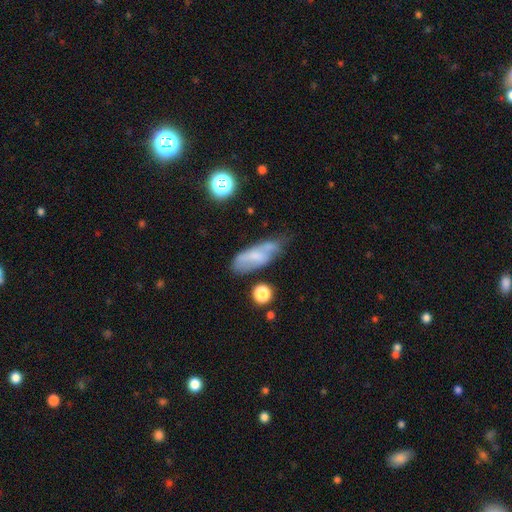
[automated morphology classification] Smooth or featured? Predicted: smooth (p=0.56). How rounded? Predicted: in between (p=0.69). Merging? Predicted: none (p=0.47).